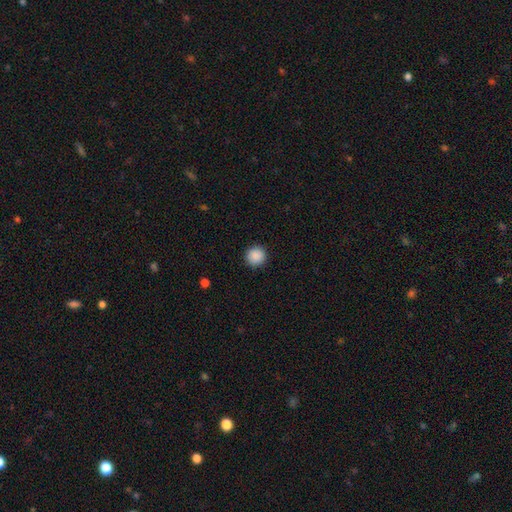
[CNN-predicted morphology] This is clearly a smooth galaxy (89%). How rounded: clearly round (94%). Merging: clearly none (92%).